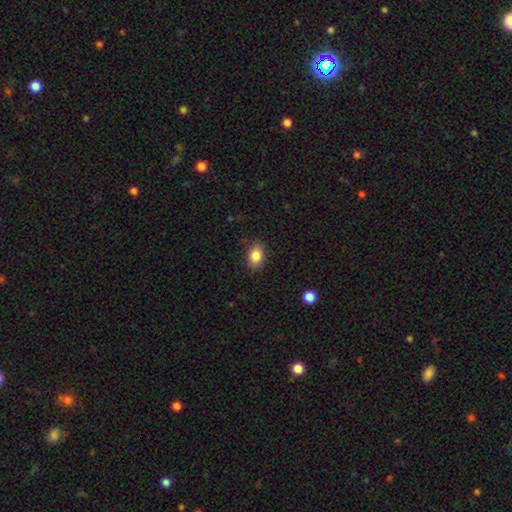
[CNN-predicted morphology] This is clearly a smooth galaxy (86%). How rounded: likely in between (78%). Merging: clearly none (84%).